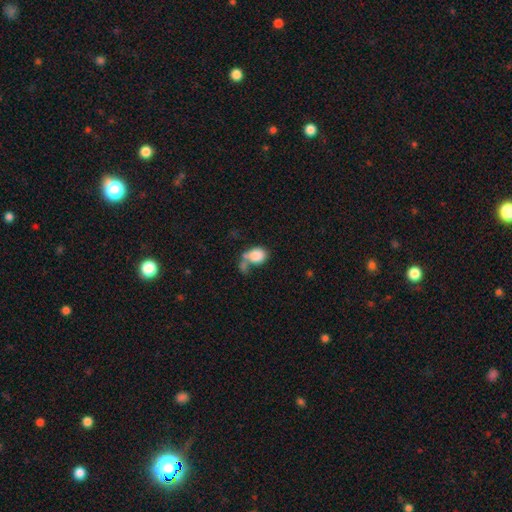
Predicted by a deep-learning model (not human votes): Q: Smooth or featured?
A: smooth (83%); runner-up: featured or disk (9%)
Q: How rounded?
A: in between (61%); runner-up: round (37%)
Q: Merging?
A: merger (41%); runner-up: none (27%)